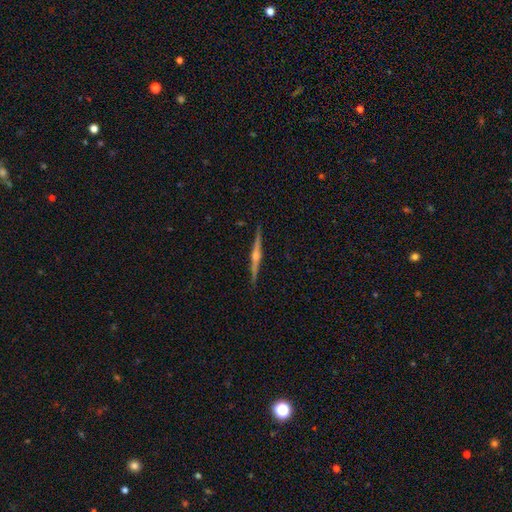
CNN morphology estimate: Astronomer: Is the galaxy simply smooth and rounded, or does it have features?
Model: featured or disk — 86%.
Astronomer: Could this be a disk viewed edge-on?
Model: yes — 99%.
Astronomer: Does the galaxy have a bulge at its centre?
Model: rounded — 90%.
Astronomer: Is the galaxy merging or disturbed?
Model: none — 92%.